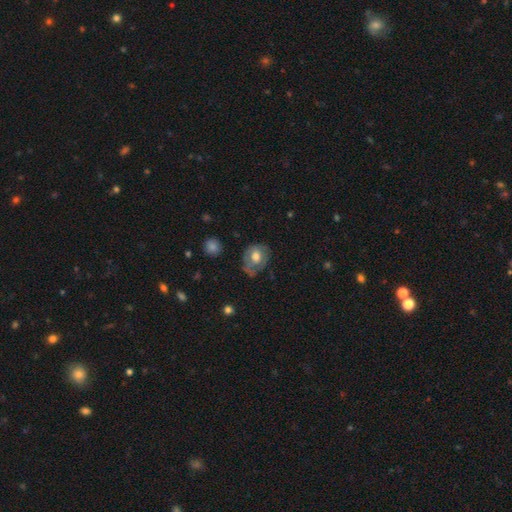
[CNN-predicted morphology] This is possibly a smooth galaxy (48%). Merging: possibly none (57%).